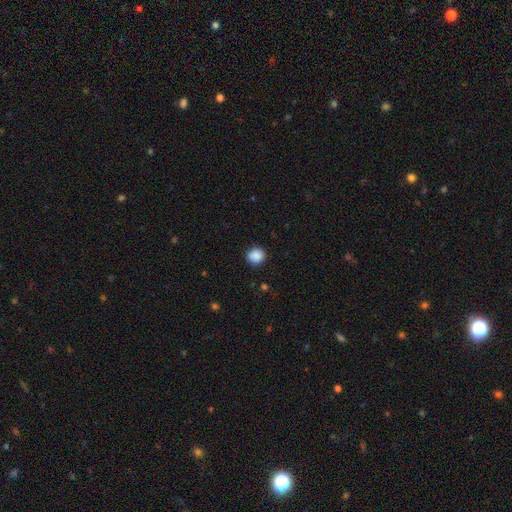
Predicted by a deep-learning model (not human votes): A smooth galaxy with no disk features (88%) that is round (88%). Merging: none (87%).